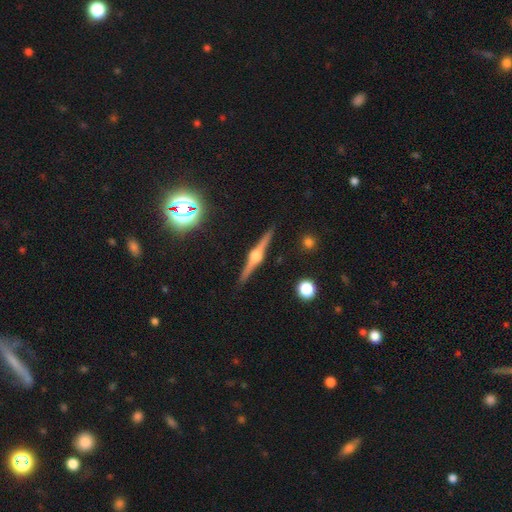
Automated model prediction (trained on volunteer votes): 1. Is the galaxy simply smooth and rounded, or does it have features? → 86% featured or disk, 7% smooth, 6% star or artifact.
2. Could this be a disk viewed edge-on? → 98% yes, 2% no.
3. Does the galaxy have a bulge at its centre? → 94% rounded, 4% boxy, 2% none.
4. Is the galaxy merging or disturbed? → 92% none, 6% minor disturbance, 1% major disturbance, 1% merger.